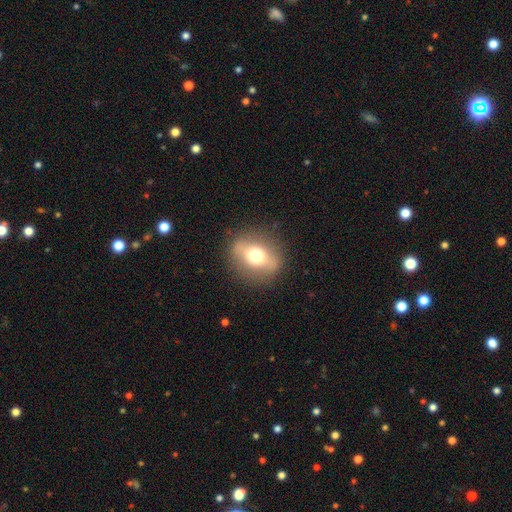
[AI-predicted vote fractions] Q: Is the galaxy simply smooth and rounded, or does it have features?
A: smooth — 55%.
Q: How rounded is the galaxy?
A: round — 58%.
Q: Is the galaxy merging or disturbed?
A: none — 85%.